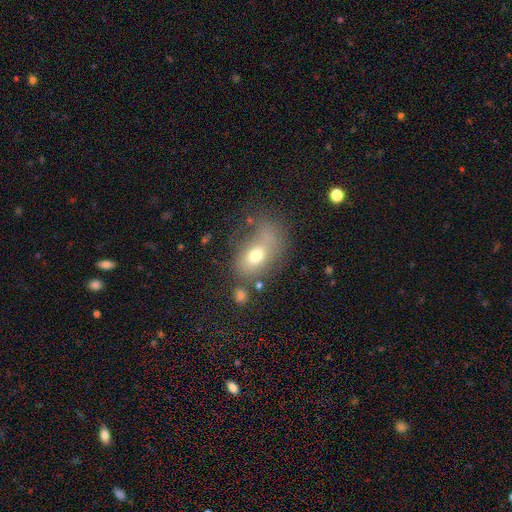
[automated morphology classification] Smooth or featured: smooth — 65% (featured or disk — 23%)
How rounded: in between — 79% (round — 19%)
Merging: none — 42% (major disturbance — 25%)